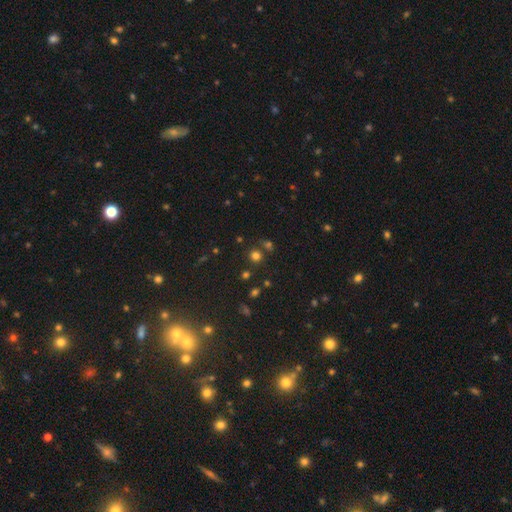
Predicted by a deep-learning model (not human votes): This is likely a smooth galaxy (69%). How rounded: clearly round (87%). Merging: likely none (75%).